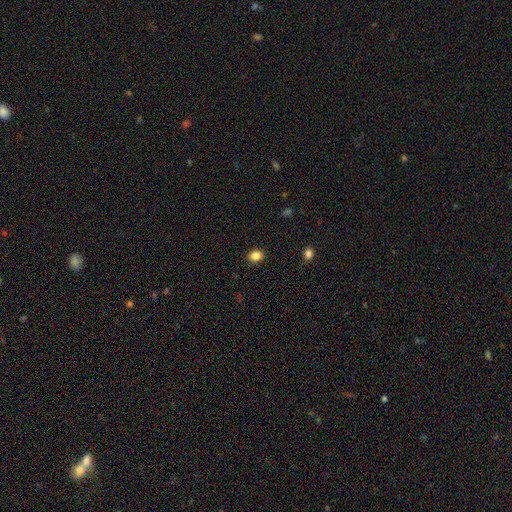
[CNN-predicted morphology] This is clearly a smooth galaxy (85%). How rounded: possibly round (55%). Merging: clearly none (90%).